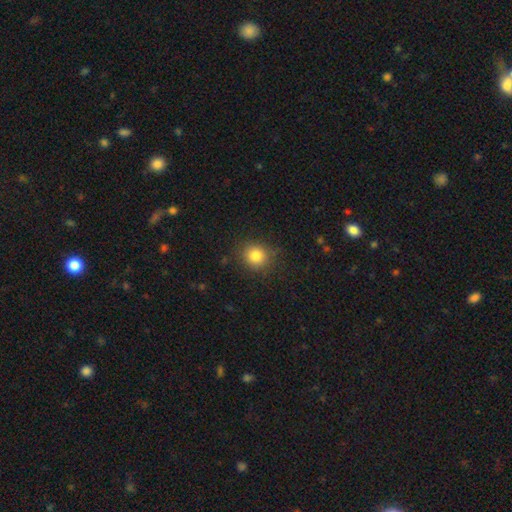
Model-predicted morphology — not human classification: A smooth galaxy with no disk features (83%) that is round (84%). Merging: none (85%).